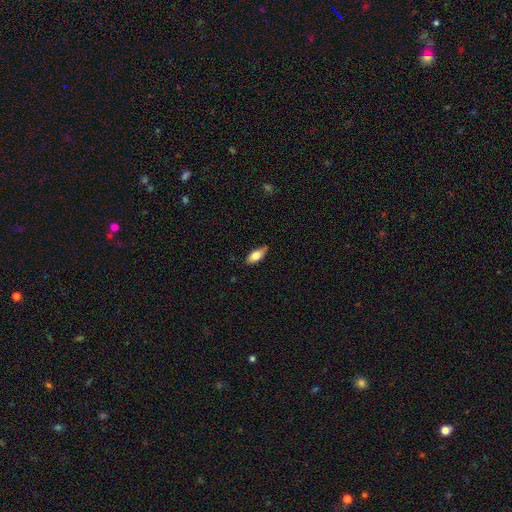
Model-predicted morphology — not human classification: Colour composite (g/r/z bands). It shows a smooth galaxy with no disk features (76%) that is in between round and cigar-shaped (85%). Merging: none (75%).